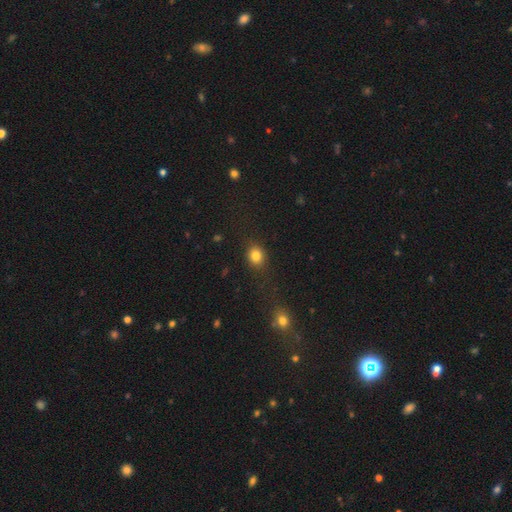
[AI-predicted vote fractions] Overall: smooth (83%). How rounded: round (58%; in between 40%). Merging: none (78%).